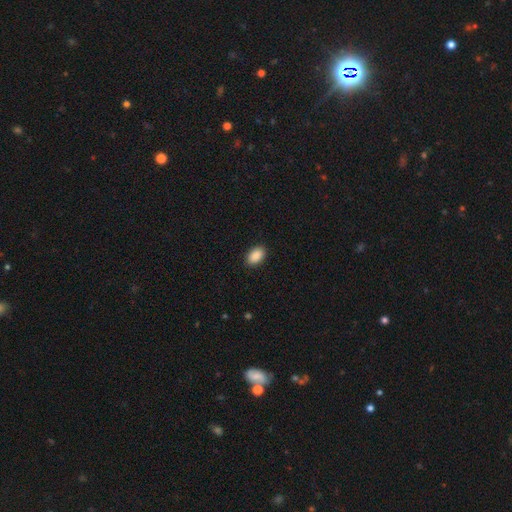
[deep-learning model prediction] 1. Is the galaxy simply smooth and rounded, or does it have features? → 90% smooth, 7% star or artifact, 3% featured or disk.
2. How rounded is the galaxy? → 91% in between, 7% round, 1% cigar-shaped.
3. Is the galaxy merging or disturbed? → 90% none, 7% minor disturbance, 2% major disturbance, 1% merger.